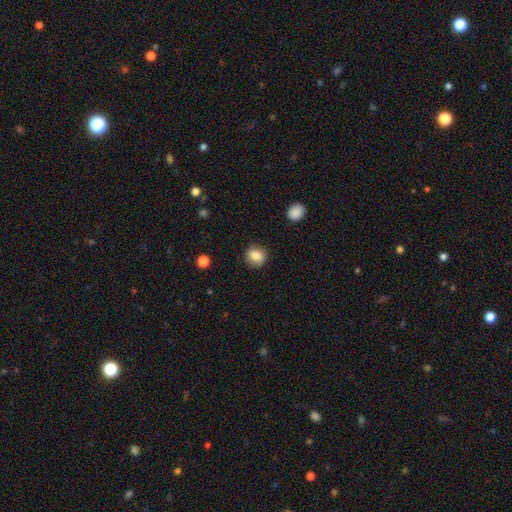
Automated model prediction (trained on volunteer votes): Smooth or featured: smooth — 82% (star or artifact — 9%)
How rounded: round — 79% (in between — 20%)
Merging: none — 87% (minor disturbance — 9%)